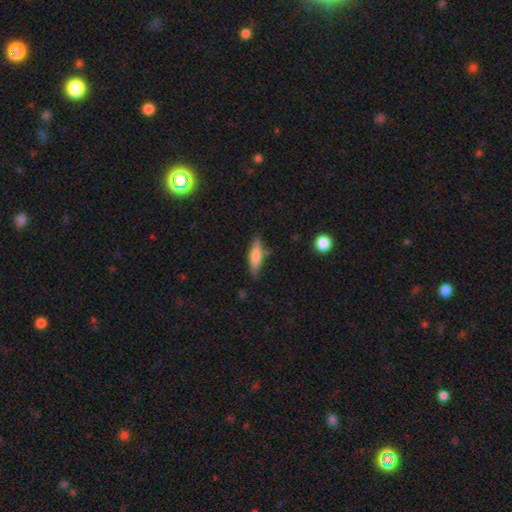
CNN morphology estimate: A smooth galaxy with no disk features (70%) that is cigar-shaped (66%).

Vote fractions:
- Smooth or featured? smooth: 70% / featured or disk: 23% / star or artifact: 6%
- How rounded? cigar-shaped: 66% / in between: 32% / round: 2%
- Merging? none: 80% / minor disturbance: 14% / merger: 3% / major disturbance: 3%